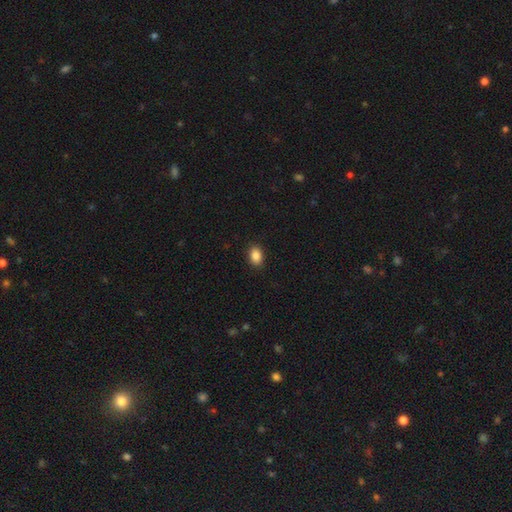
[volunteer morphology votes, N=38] Smooth or featured? 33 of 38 (87%) said smooth. How rounded? 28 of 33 (85%) said in between. Merging? 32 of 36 (89%) said none.